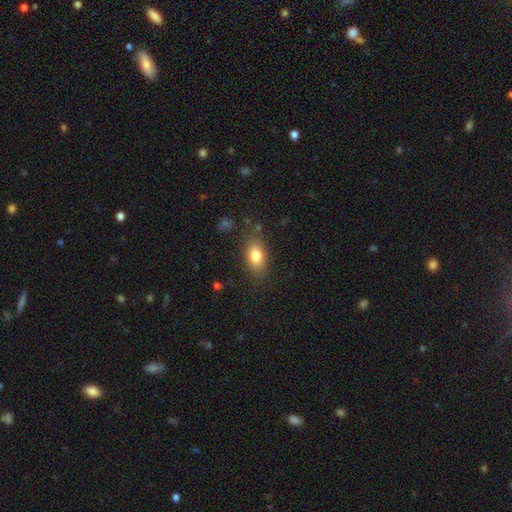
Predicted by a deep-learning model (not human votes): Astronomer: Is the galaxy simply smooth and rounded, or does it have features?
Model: smooth — 81%.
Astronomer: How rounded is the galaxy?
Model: in between — 86%.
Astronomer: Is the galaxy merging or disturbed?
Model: none — 81%.